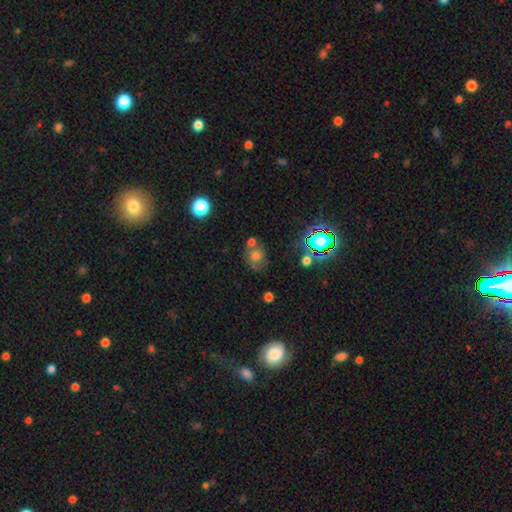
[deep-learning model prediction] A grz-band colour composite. It shows a smooth galaxy with no disk features (56%) that is round (64%). Merging: none (54%).